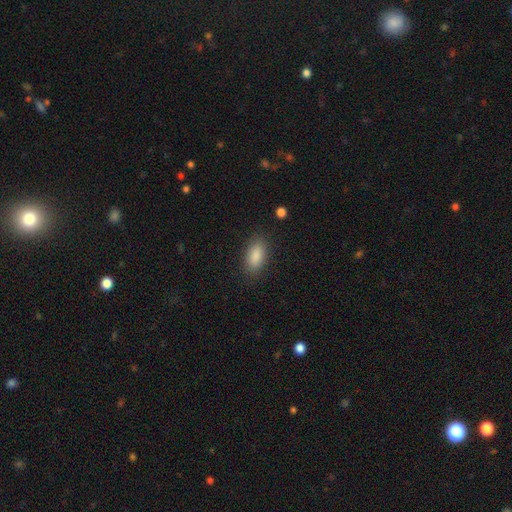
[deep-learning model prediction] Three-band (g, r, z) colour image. It shows a smooth galaxy with no disk features (88%) that is in between round and cigar-shaped (89%). Merging: none (86%).